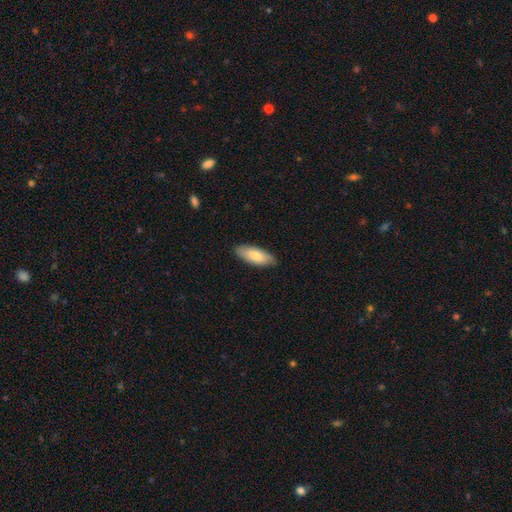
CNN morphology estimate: type=smooth (79%); roundness=in between (74%); merging=none (86%).